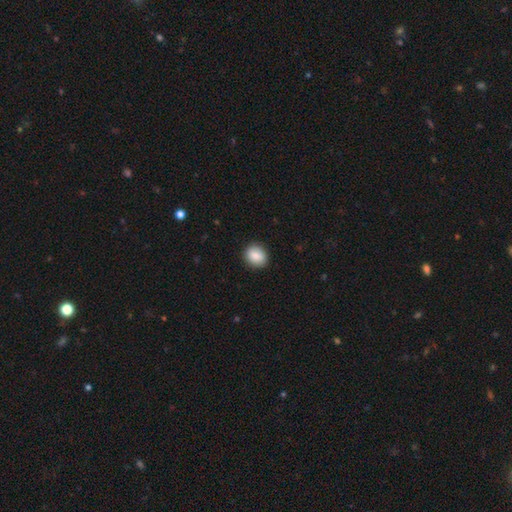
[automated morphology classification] A smooth galaxy with no disk features (85%) that is round (70%). Merging: none (90%).